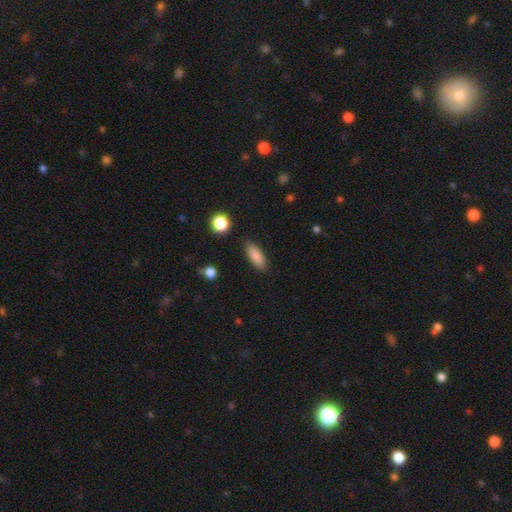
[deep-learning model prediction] This is clearly a smooth galaxy (85%). How rounded: likely in between (72%). Merging: clearly none (86%).